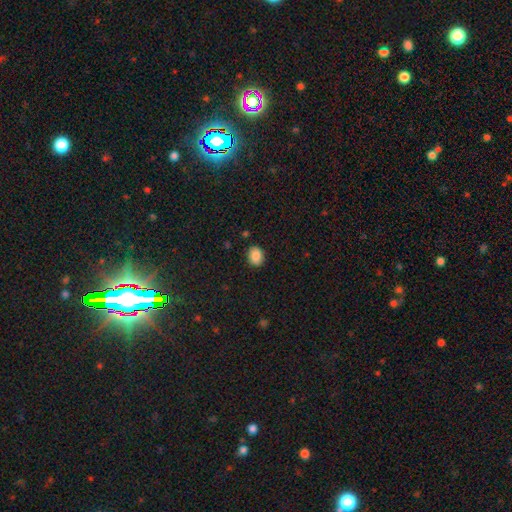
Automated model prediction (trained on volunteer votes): Morphology: type=smooth (87%); roundness=round (55%); merging=none (87%).